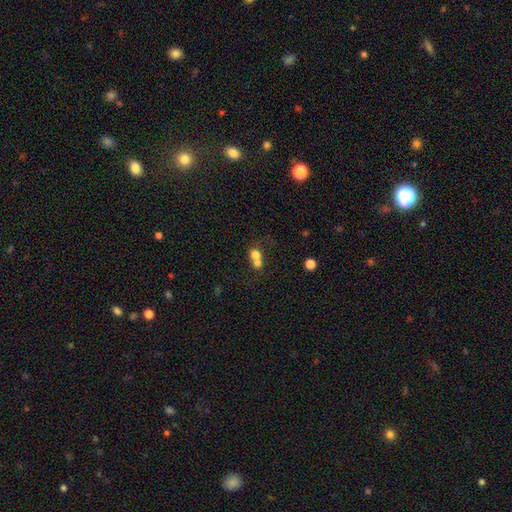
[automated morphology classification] Q: Smooth or featured?
A: smooth (73%); runner-up: featured or disk (16%)
Q: How rounded?
A: round (71%); runner-up: in between (27%)
Q: Merging?
A: merger (67%); runner-up: none (24%)